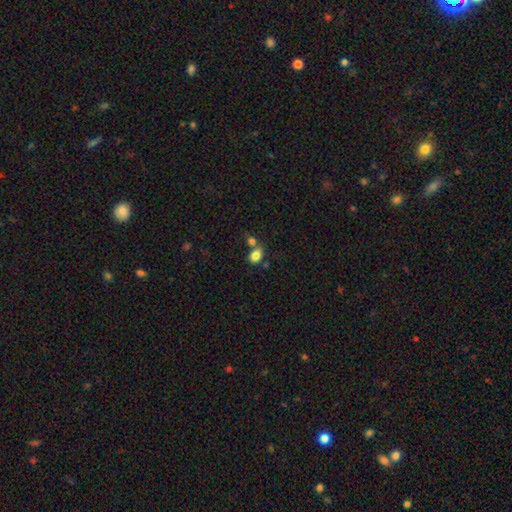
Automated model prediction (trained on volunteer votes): This is clearly a smooth galaxy (83%). How rounded: likely in between (73%). Merging: possibly none (54%).